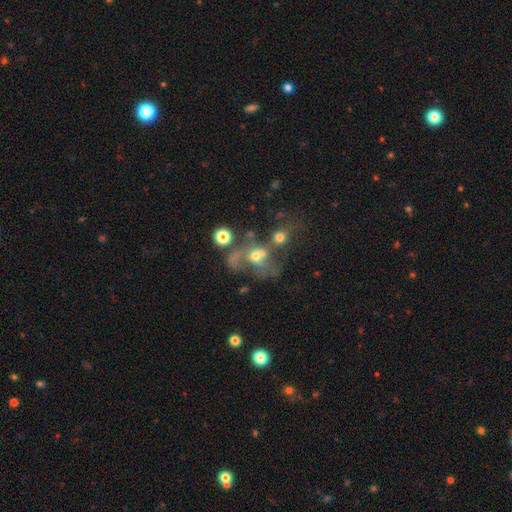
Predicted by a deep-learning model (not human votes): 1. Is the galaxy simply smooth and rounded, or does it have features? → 41% smooth (tied), 41% featured or disk (tied), 18% star or artifact.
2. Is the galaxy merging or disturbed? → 51% merger, 24% major disturbance, 17% none, 8% minor disturbance.